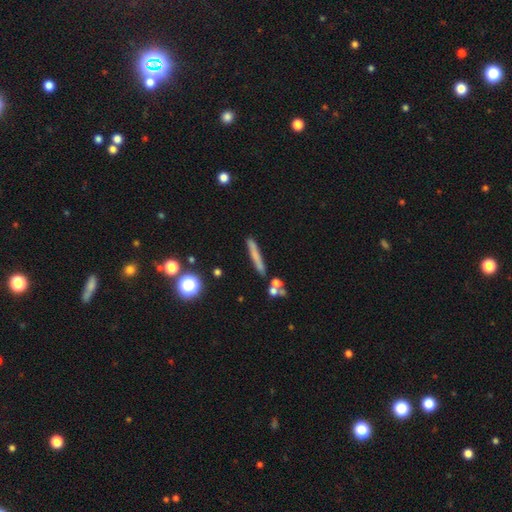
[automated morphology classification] A smooth galaxy with no disk features (60%) that is cigar-shaped (92%). Merging: none (80%).